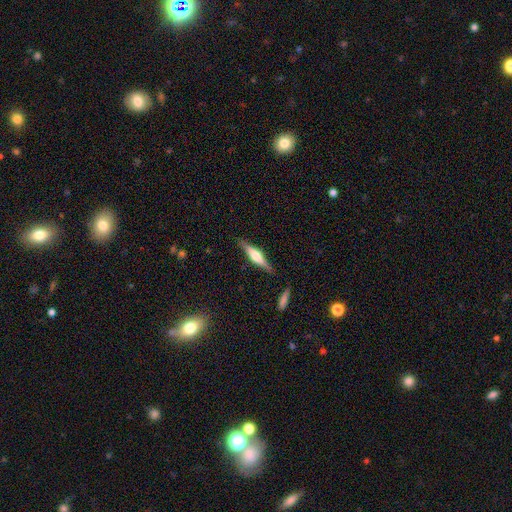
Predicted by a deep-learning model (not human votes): Smooth or featured: featured or disk — 64% (smooth — 30%)
Edge-on disk: yes — 97% (no — 3%)
Edge-on bulge: rounded — 77% (boxy — 19%)
Merging: none — 86% (minor disturbance — 10%)